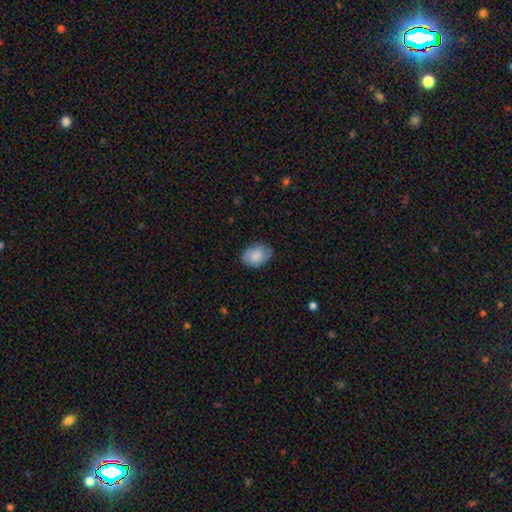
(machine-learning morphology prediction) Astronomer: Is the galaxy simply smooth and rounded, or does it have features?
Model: smooth — 81%.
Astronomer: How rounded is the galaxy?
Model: in between — 85%.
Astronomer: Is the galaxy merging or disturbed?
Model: none — 81%.